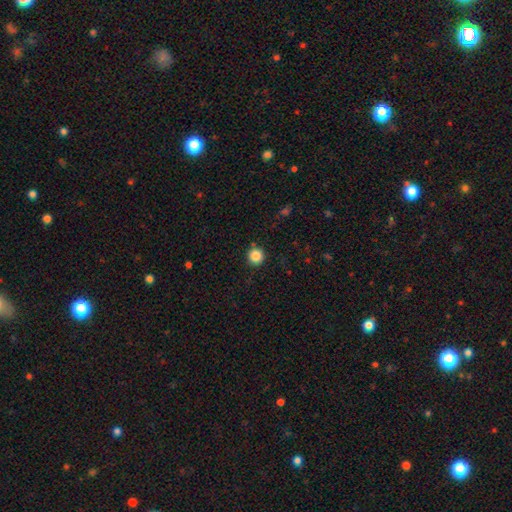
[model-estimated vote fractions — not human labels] Morphology: type=smooth (86%); roundness=round (95%); merging=none (90%).